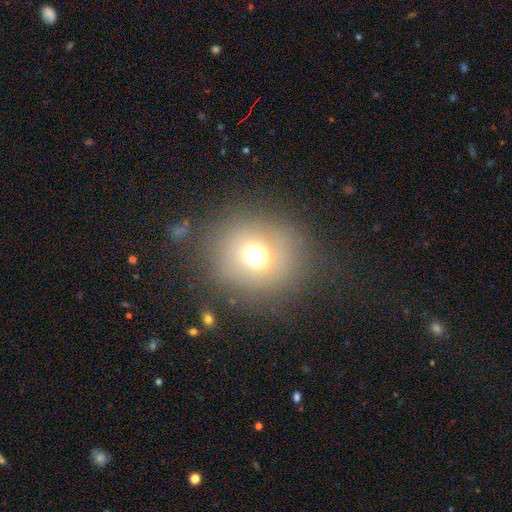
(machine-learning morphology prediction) smooth-or-featured: smooth: 67% | star or artifact: 20% | featured or disk: 12%
  how-rounded: round: 84% | in between: 15% | cigar-shaped: 1%
  merging: none: 81% | minor disturbance: 10% | major disturbance: 7% | merger: 2%